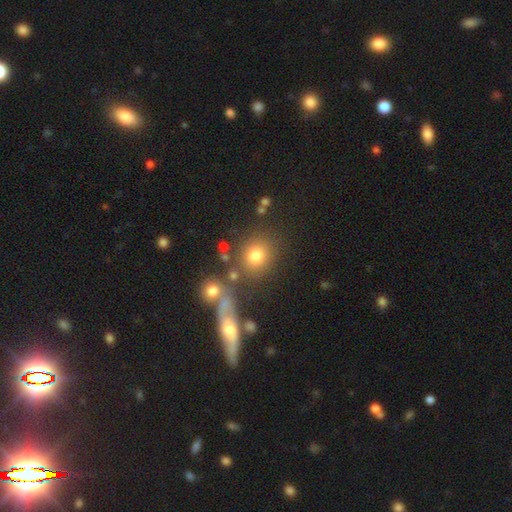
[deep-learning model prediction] Morphology: type=smooth (75%); roundness=round (78%); merging=none (65%).